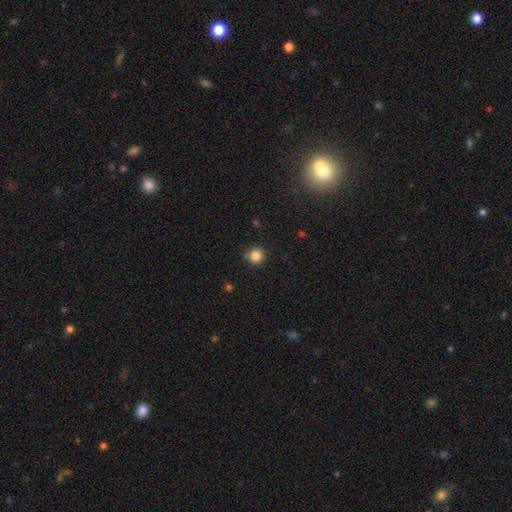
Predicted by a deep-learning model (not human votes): Smooth or featured? Predicted: smooth (p=0.85). How rounded? Predicted: round (p=0.94). Merging? Predicted: none (p=0.87).